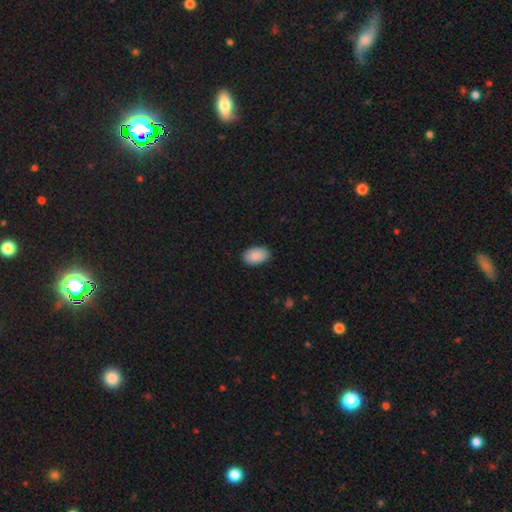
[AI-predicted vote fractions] A smooth galaxy with no disk features (89%) that is in between round and cigar-shaped (93%).

Vote fractions:
- Smooth or featured? smooth: 89% / star or artifact: 6% / featured or disk: 4%
- How rounded? in between: 93% / round: 6% / cigar-shaped: 1%
- Merging? none: 88% / minor disturbance: 9% / major disturbance: 2% / merger: 1%